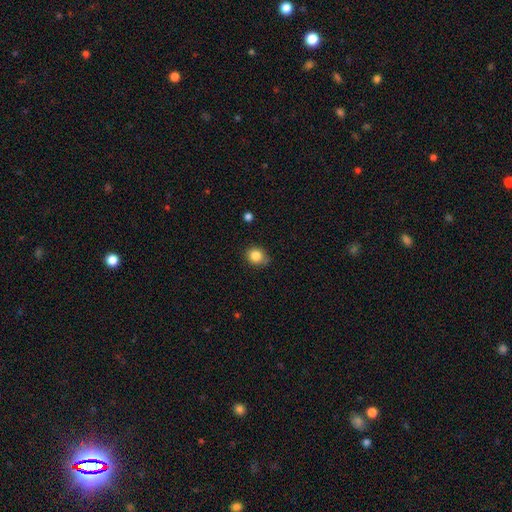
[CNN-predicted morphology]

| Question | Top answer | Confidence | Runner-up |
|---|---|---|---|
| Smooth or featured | smooth | 85% | star or artifact (10%) |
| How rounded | round | 71% | in between (28%) |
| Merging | none | 77% | minor disturbance (18%) |